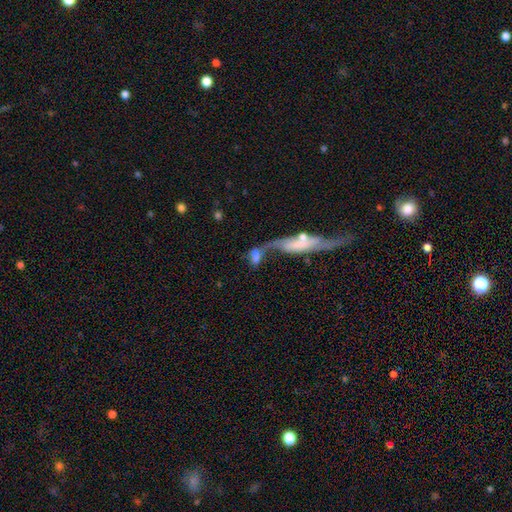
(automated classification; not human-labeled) This is possibly a smooth galaxy (58%). How rounded: possibly in between (59%). Merging: possibly merger (58%).